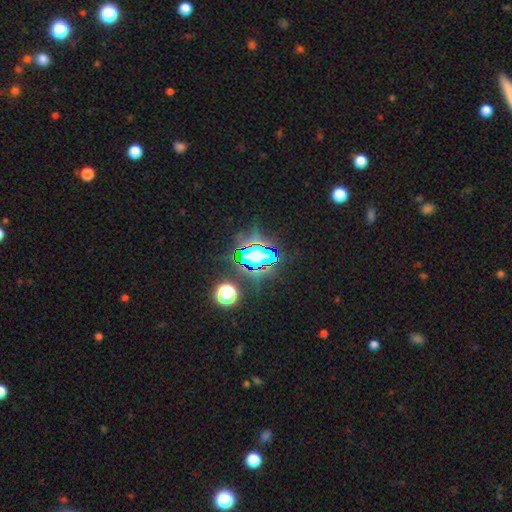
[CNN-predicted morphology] A star or artifact, not a galaxy (62%).

Vote fractions:
- Smooth or featured? star or artifact: 62% / smooth: 24% / featured or disk: 13%